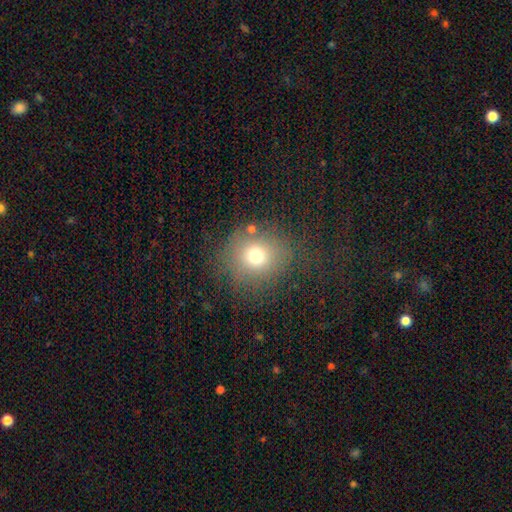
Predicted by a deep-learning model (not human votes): A smooth galaxy with no disk features (71%) that is round (84%). Merging: none (76%).